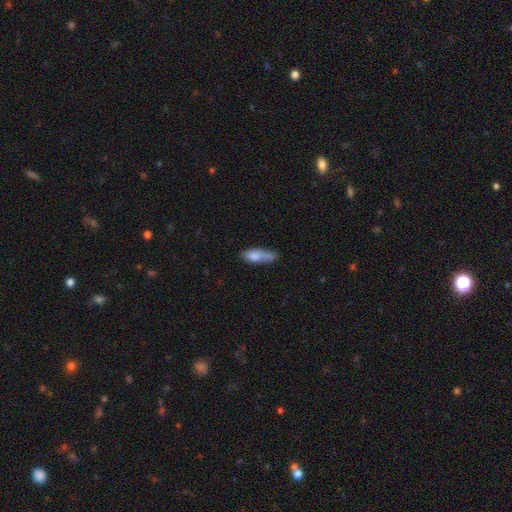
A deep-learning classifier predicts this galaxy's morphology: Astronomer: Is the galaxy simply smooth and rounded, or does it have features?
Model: smooth — 75%.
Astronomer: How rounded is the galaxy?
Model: in between — 52% (runner-up: cigar-shaped, 45%).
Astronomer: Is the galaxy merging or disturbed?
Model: none — 38% (runner-up: minor disturbance, 33%).